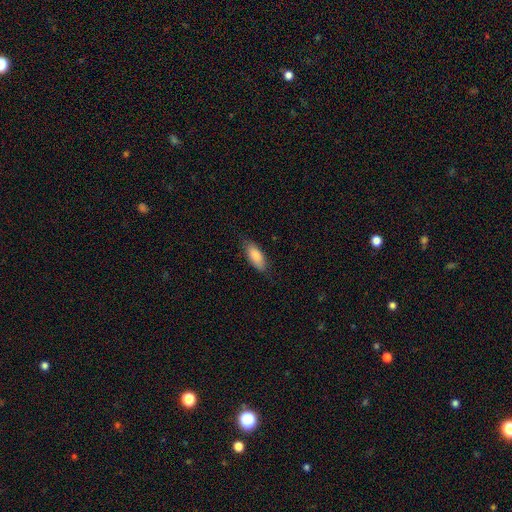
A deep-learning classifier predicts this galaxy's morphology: This is clearly a smooth galaxy (86%). How rounded: clearly in between (80%). Merging: clearly none (81%).